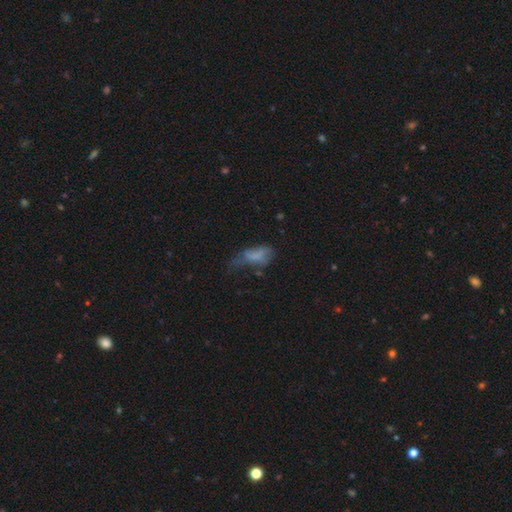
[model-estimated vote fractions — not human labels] smooth_or_featured: smooth (p=0.62) [alt: featured or disk p=0.26]
how_rounded: in between (p=0.83) [alt: cigar-shaped p=0.12]
merging: major disturbance (p=0.39) [alt: minor disturbance p=0.31]